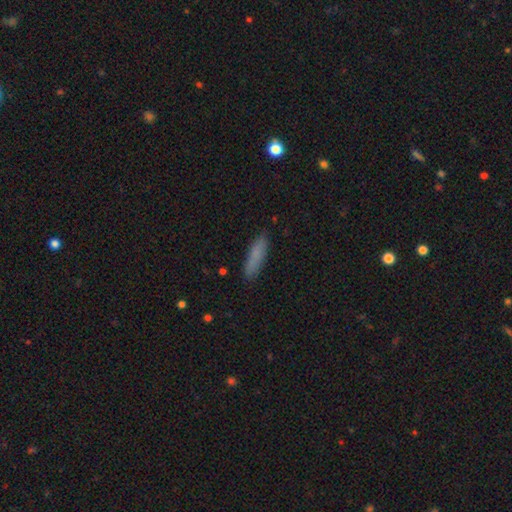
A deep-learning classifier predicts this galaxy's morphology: This appears to be a smooth galaxy with no disk features (83%) that is cigar-shaped (74%). Merging: none (86%).